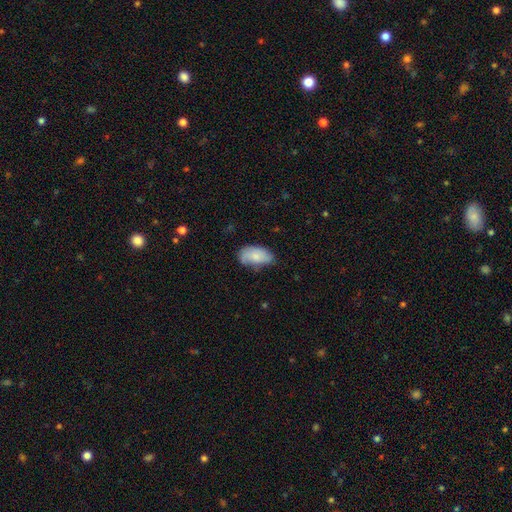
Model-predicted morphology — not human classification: Smooth or featured?
  - smooth: 71% *
  - featured or disk: 22%
  - star or artifact: 7%
How rounded?
  - in between: 93% *
  - round: 5%
  - cigar-shaped: 2%
Merging?
  - none: 58% *
  - minor disturbance: 32%
  - major disturbance: 8%
  - merger: 2%